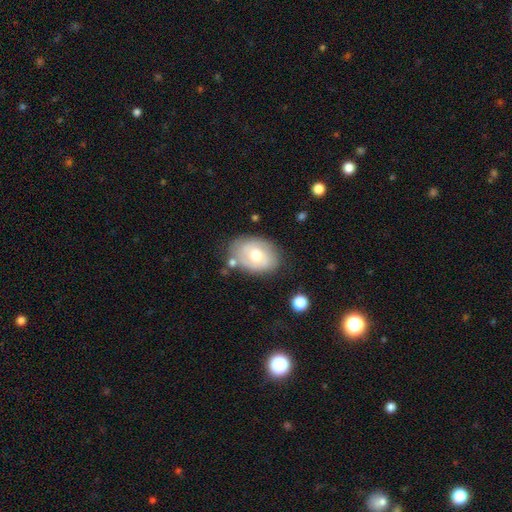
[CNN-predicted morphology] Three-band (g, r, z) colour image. It shows a smooth galaxy with no disk features (49%). Merging: none (68%).